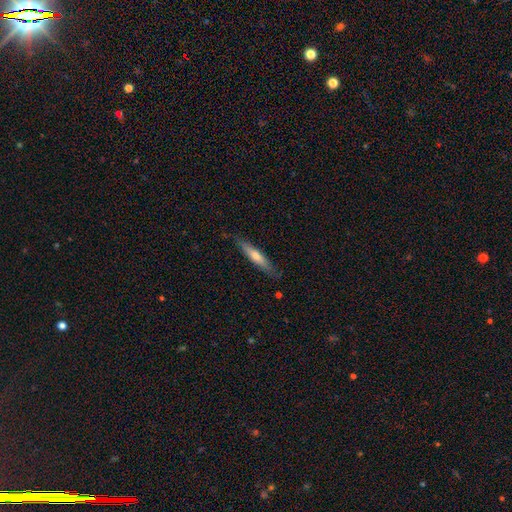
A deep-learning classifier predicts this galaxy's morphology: smooth-or-featured: featured or disk: 48% | smooth: 46% | star or artifact: 6%
  merging: none: 84% | minor disturbance: 12% | major disturbance: 2% | merger: 1%